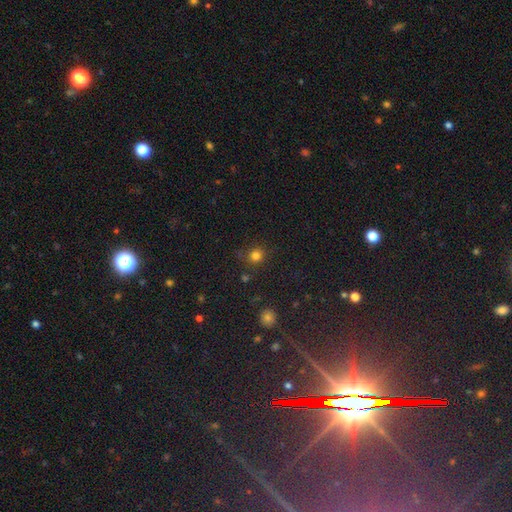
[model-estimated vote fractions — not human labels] A smooth galaxy with no disk features (79%) that is round (90%). Merging: none (82%).